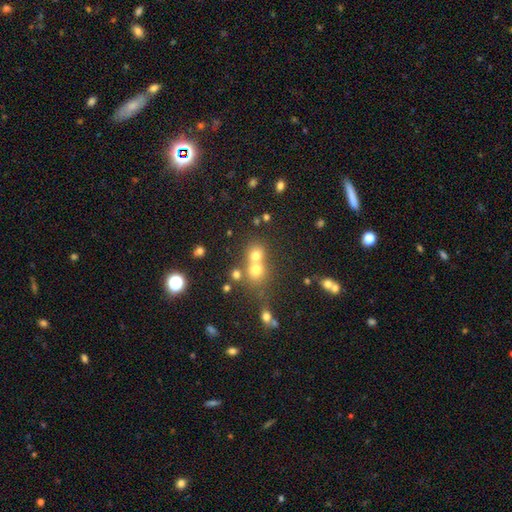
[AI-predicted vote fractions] A smooth galaxy with no disk features (69%) that is round (80%).

Vote fractions:
- Smooth or featured? smooth: 69% / star or artifact: 18% / featured or disk: 13%
- How rounded? round: 80% / in between: 19% / cigar-shaped: 1%
- Merging? merger: 52% / none: 39% / minor disturbance: 6% / major disturbance: 3%